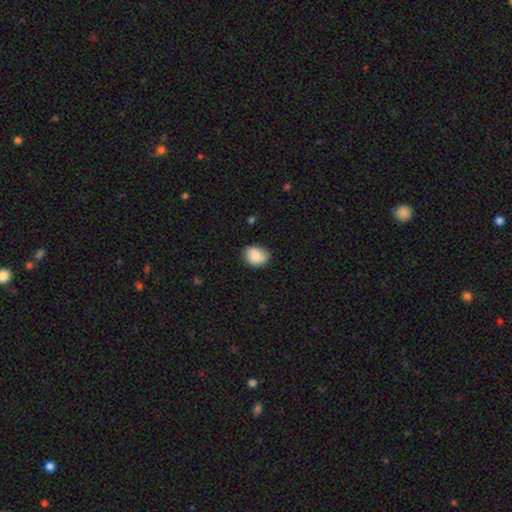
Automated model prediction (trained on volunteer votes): This is clearly a smooth galaxy (85%). How rounded: possibly round (51%). Merging: likely none (78%).